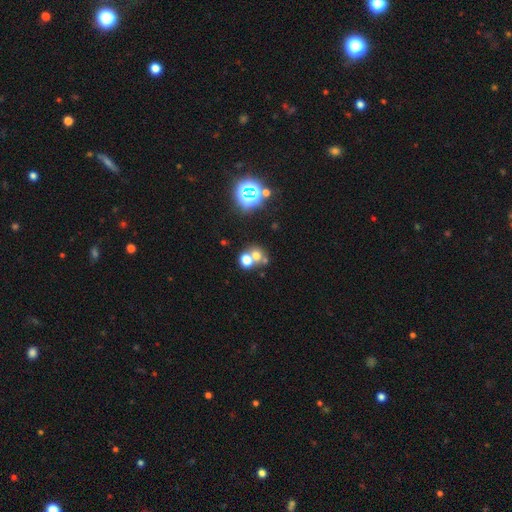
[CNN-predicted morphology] type=smooth (61%); roundness=round (73%); merging=merger (49%).